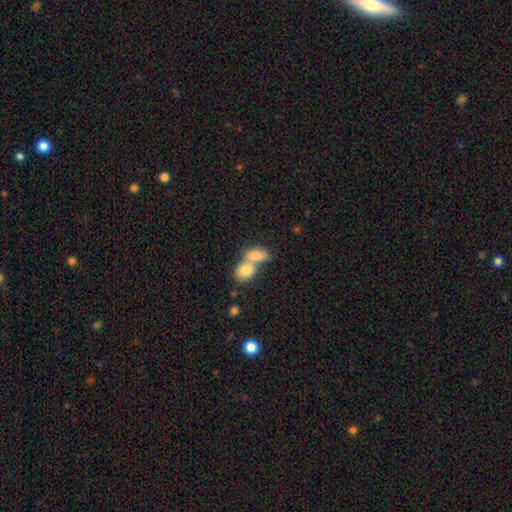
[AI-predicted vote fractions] Morphology: type=smooth (80%); roundness=in between (82%); merging=merger (69%).